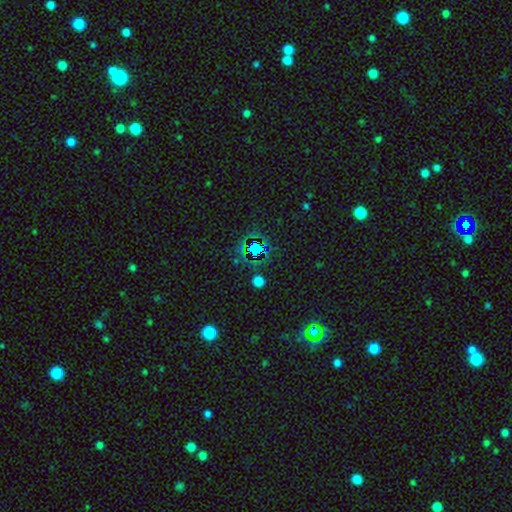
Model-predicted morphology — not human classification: This is likely a star or artifact rather than a galaxy (73%).